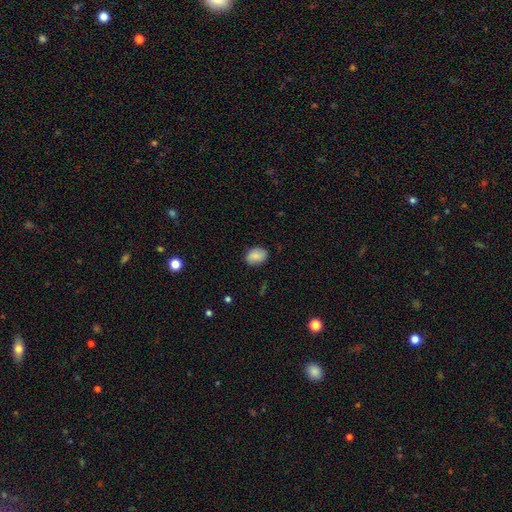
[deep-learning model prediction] A smooth galaxy with no disk features (84%) that is in between round and cigar-shaped (76%). Merging: none (83%).